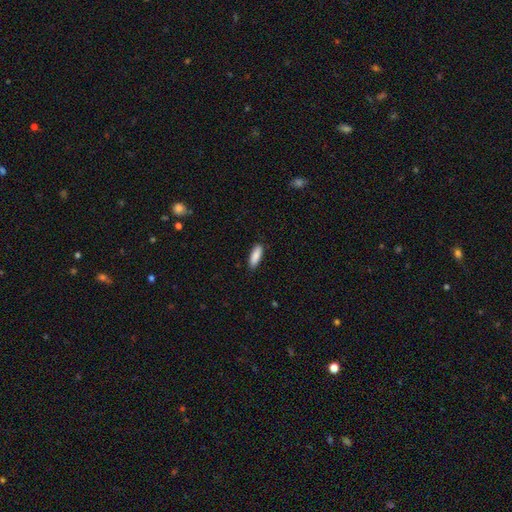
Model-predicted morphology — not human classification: Overall: smooth (88%). How rounded: in between (55%; cigar-shaped 44%). Merging: none (87%).